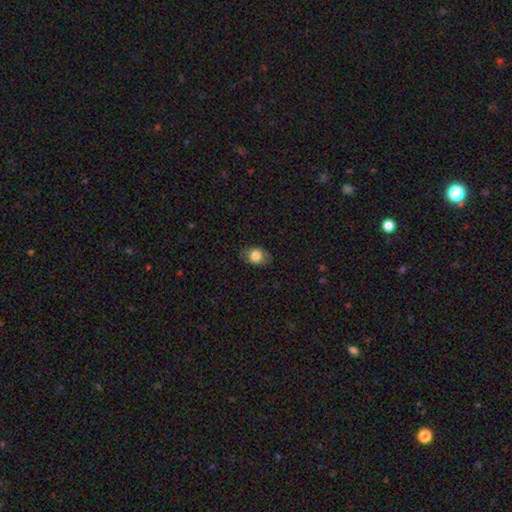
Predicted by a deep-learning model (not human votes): This is clearly a smooth galaxy (81%). How rounded: likely in between (68%). Merging: clearly none (82%).